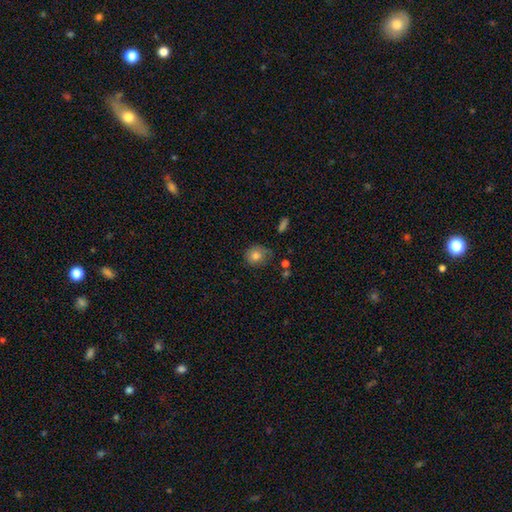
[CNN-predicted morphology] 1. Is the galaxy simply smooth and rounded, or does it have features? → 79% smooth, 11% featured or disk, 9% star or artifact.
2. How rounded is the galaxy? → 74% round, 25% in between, 1% cigar-shaped.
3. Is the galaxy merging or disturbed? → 63% none, 27% minor disturbance, 8% major disturbance, 3% merger.